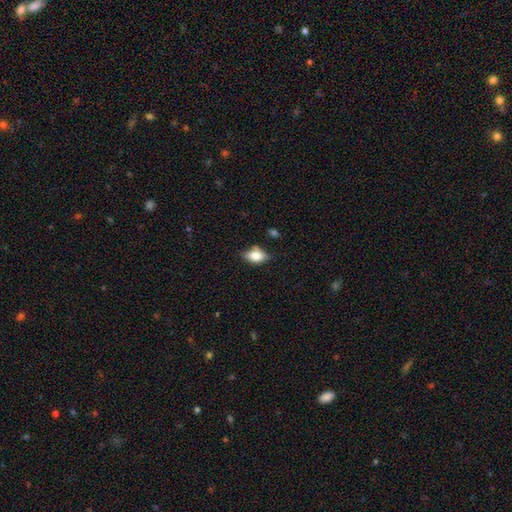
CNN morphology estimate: Overall: smooth (72%). How rounded: in between (85%). Merging: none (64%).